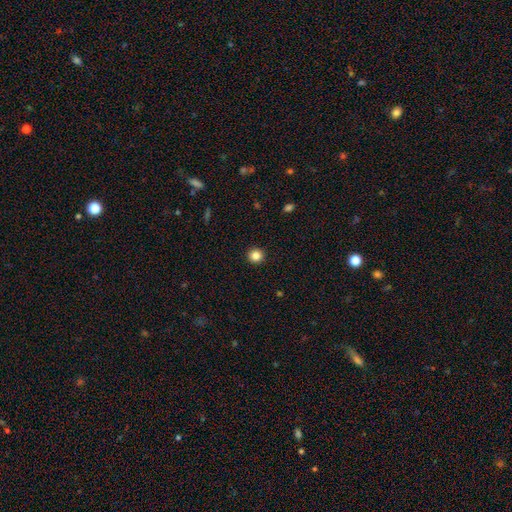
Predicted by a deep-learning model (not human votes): Morphology: type=smooth (84%); roundness=round (95%); merging=none (93%).